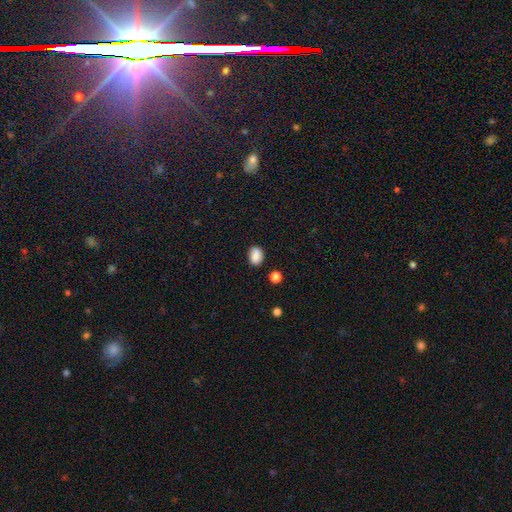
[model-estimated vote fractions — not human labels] This appears to be a smooth galaxy with no disk features (86%) that is in between round and cigar-shaped (71%). Merging: none (77%).